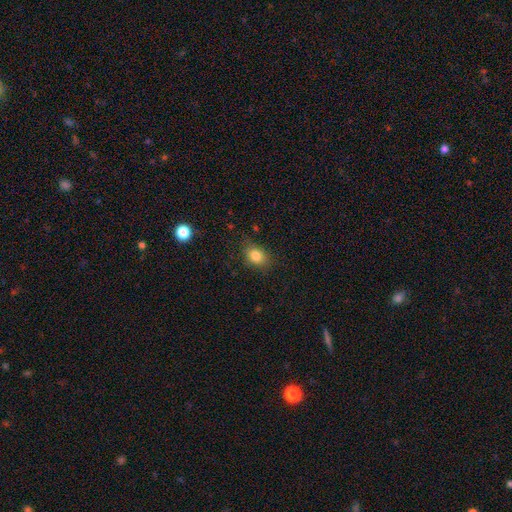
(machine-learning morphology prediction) smooth-or-featured: smooth: 82% | star or artifact: 11% | featured or disk: 7%
  how-rounded: in between: 56% | round: 42% | cigar-shaped: 1%
  merging: none: 77% | minor disturbance: 17% | major disturbance: 4% | merger: 1%